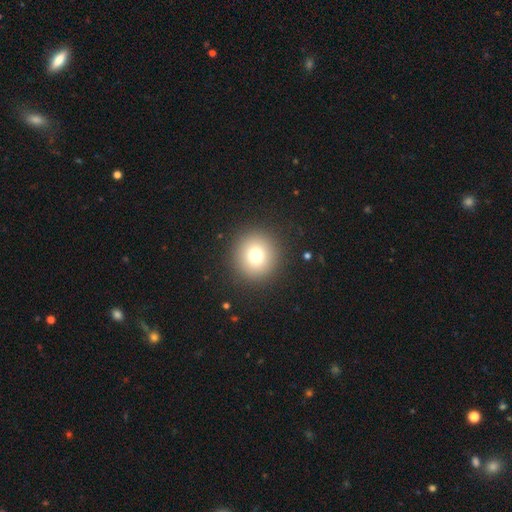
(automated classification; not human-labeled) Morphology: type=smooth (76%); roundness=round (94%); merging=none (92%).